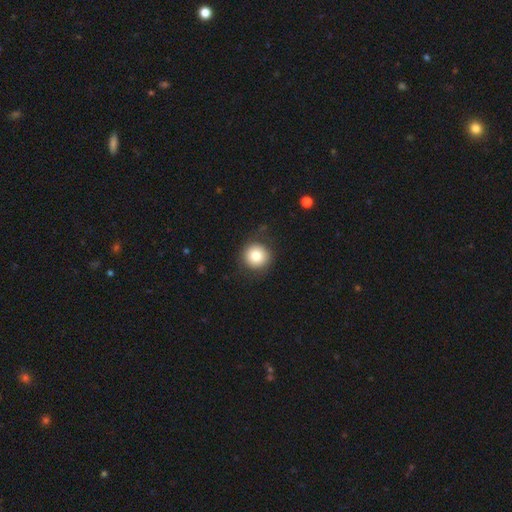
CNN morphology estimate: The model was most divided on "smooth or featured": smooth: 80%, featured or disk: 11%, star or artifact: 10%. More confident: how rounded — round (94%); merging — none (84%).